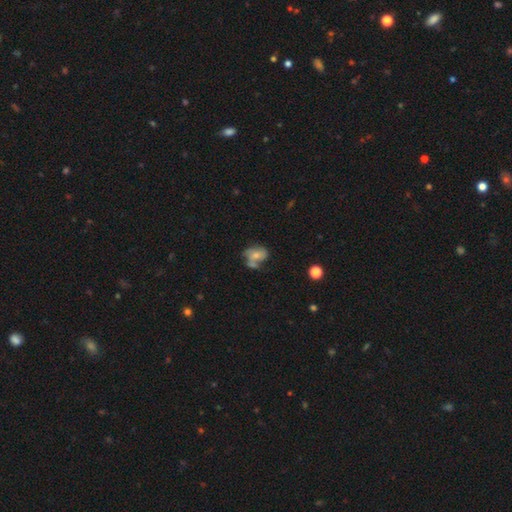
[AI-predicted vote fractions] The model was most divided on "merging": none: 35%, merger: 32%, minor disturbance: 21%, major disturbance: 12%. More confident: how rounded — in between (69%); smooth or featured — smooth (55%).